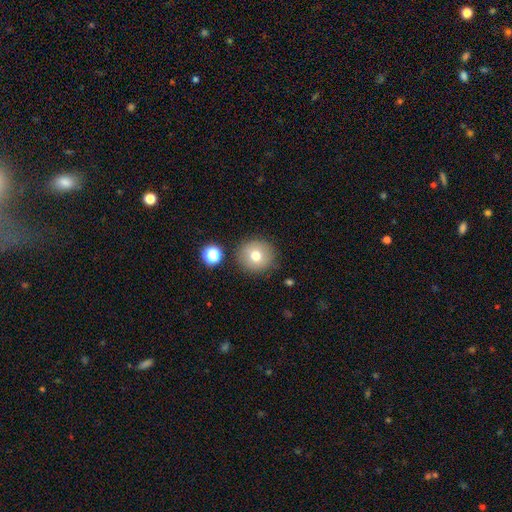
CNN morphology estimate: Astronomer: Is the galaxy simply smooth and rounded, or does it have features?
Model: smooth — 74%.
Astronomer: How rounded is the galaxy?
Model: round — 93%.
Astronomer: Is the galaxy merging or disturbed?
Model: none — 85%.